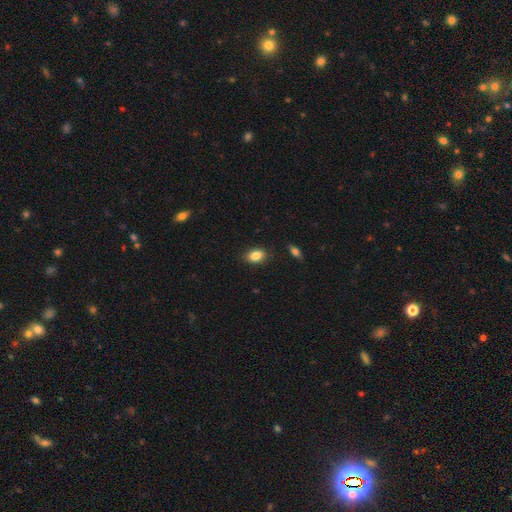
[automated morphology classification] Overall: smooth (86%). How rounded: in between (83%). Merging: none (85%).